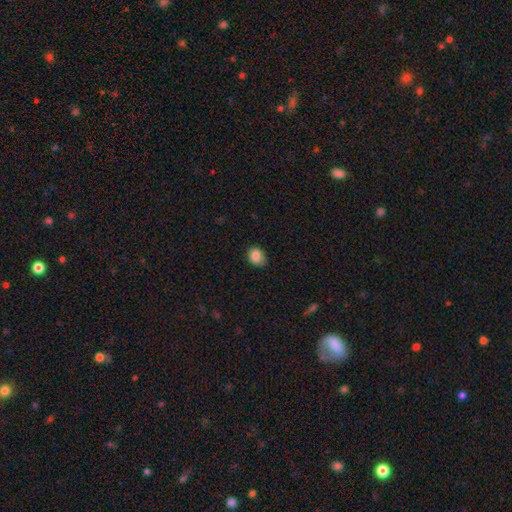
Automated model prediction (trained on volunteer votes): A smooth galaxy with no disk features (86%) that is in between round and cigar-shaped (54%). Merging: none (77%).